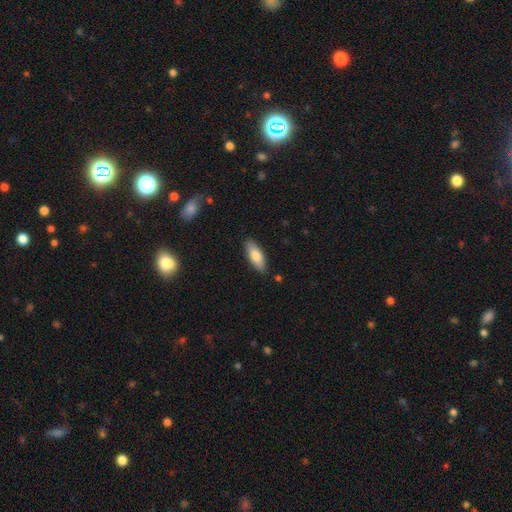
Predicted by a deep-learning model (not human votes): A smooth galaxy with no disk features (77%) that is in between round and cigar-shaped (70%).

Vote fractions:
- Smooth or featured? smooth: 77% / featured or disk: 17% / star or artifact: 6%
- How rounded? in between: 70% / cigar-shaped: 28% / round: 2%
- Merging? none: 87% / minor disturbance: 10% / major disturbance: 2% / merger: 2%